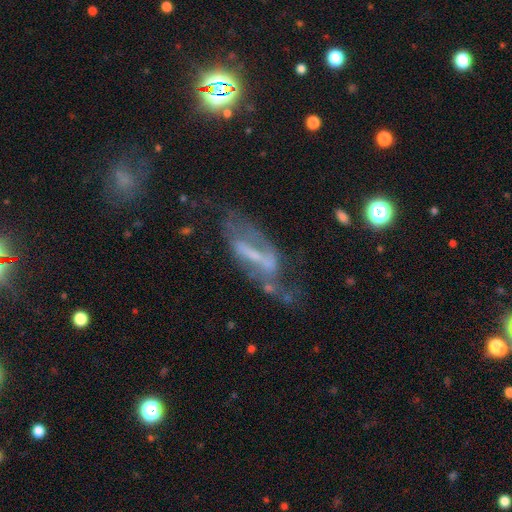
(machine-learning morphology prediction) smooth_or_featured: featured or disk (p=0.74) [alt: smooth p=0.15]
disk_edge_on: no (p=0.83) [alt: yes p=0.17]
bar: strong (p=0.54) [alt: weak p=0.31]
has_spiral_arms: yes (p=0.71) [alt: no p=0.29]
bulge_size: small (p=0.36) [alt: none p=0.35]
merging: none (p=0.46) [alt: major disturbance p=0.26]